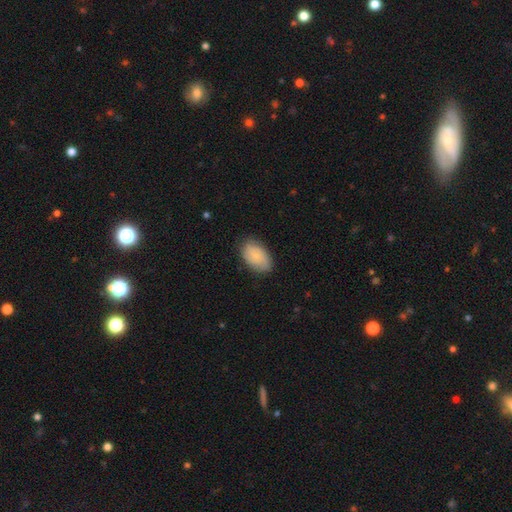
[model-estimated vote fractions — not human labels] The model was most divided on "smooth or featured": smooth: 73%, featured or disk: 20%, star or artifact: 7%. More confident: how rounded — in between (92%); merging — none (78%).